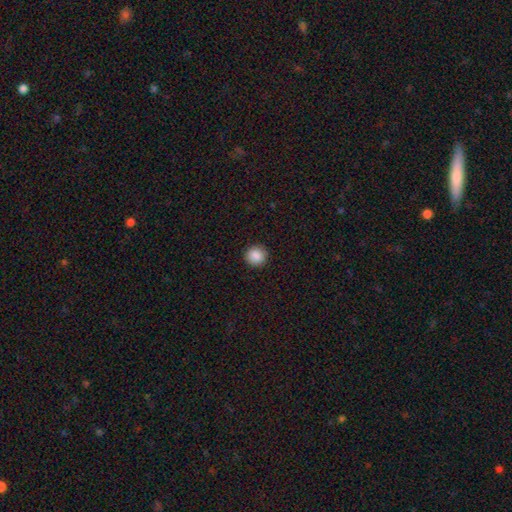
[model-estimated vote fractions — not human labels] A smooth galaxy with no disk features (88%) that is round (93%).

Vote fractions:
- Smooth or featured? smooth: 88% / star or artifact: 9% / featured or disk: 3%
- How rounded? round: 93% / in between: 6% / cigar-shaped: 1%
- Merging? none: 92% / minor disturbance: 6% / major disturbance: 2% / merger: 1%